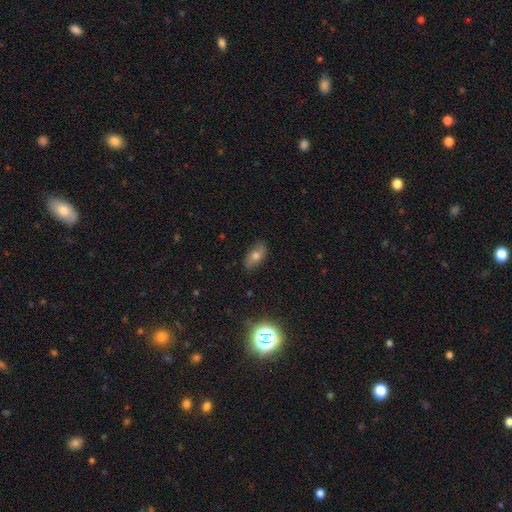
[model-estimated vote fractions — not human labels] Morphology: type=smooth (64%); roundness=in between (87%); merging=none (82%).